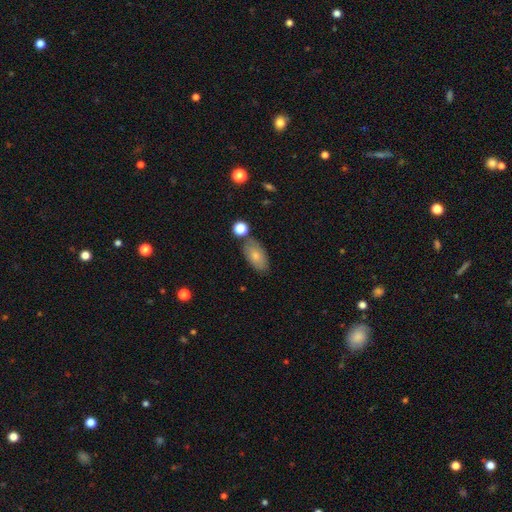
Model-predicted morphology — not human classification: Smooth or featured?
  - smooth: 77% *
  - featured or disk: 16%
  - star or artifact: 7%
How rounded?
  - in between: 93% *
  - round: 4%
  - cigar-shaped: 3%
Merging?
  - none: 72% *
  - minor disturbance: 16%
  - merger: 8%
  - major disturbance: 4%